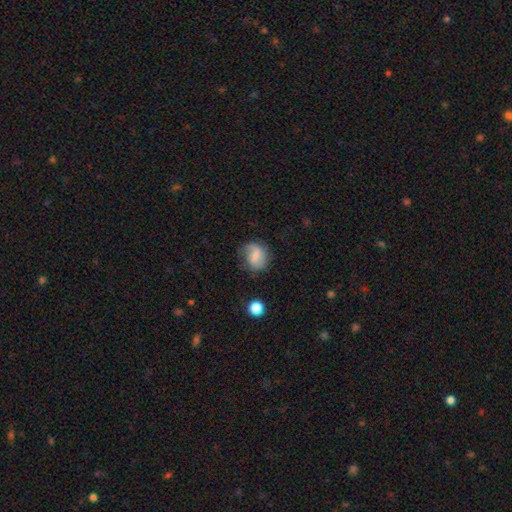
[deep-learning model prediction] smooth_or_featured: featured or disk (p=0.46) [tied with: smooth p=0.46]
merging: none (p=0.62) [alt: minor disturbance p=0.25]